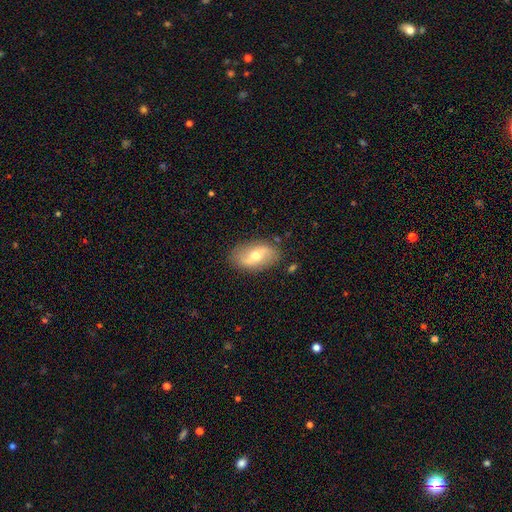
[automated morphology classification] featured or disk 57%, smooth 36%, star or artifact 7%. Down the decision tree: edge-on disk — no (91%); bar — weak (39%); spiral arms — yes (70%); bulge size — moderate (71%); merging — none (83%).